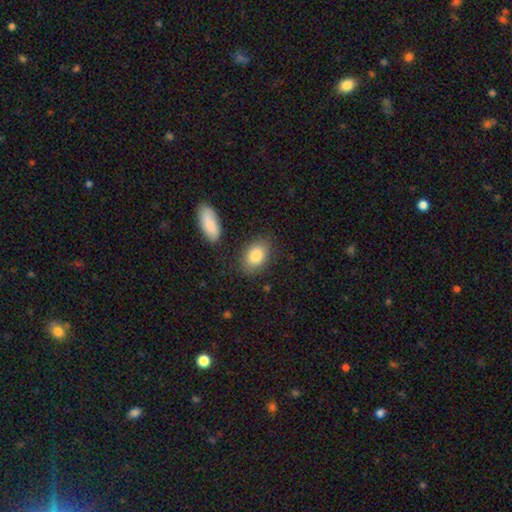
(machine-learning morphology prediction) smooth 85%, featured or disk 8%, star or artifact 7%. Down the decision tree: how rounded — in between (84%); merging — none (79%).